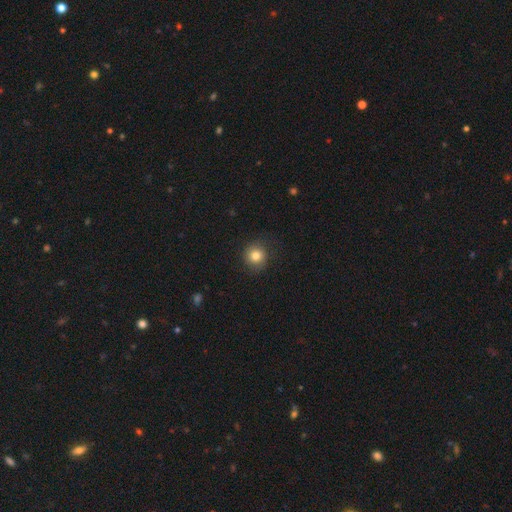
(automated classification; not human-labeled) This appears to be a smooth galaxy with no disk features (80%) that is round (90%). Merging: none (81%).